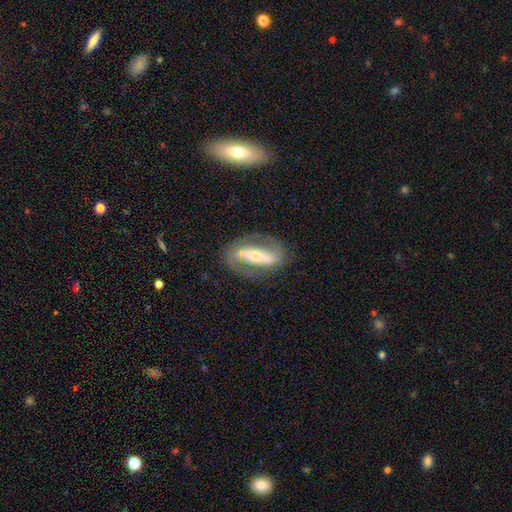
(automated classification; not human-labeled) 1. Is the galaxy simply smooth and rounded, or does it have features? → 78% featured or disk, 16% smooth, 6% star or artifact.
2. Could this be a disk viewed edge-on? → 84% no, 16% yes.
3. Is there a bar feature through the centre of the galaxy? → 68% strong, 16% no, 16% weak.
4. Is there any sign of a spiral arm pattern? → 74% yes, 26% no.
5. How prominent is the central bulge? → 52% small, 39% moderate, 5% large, 2% none, 2% dominant.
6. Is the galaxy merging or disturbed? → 76% none, 14% minor disturbance, 8% major disturbance, 2% merger.